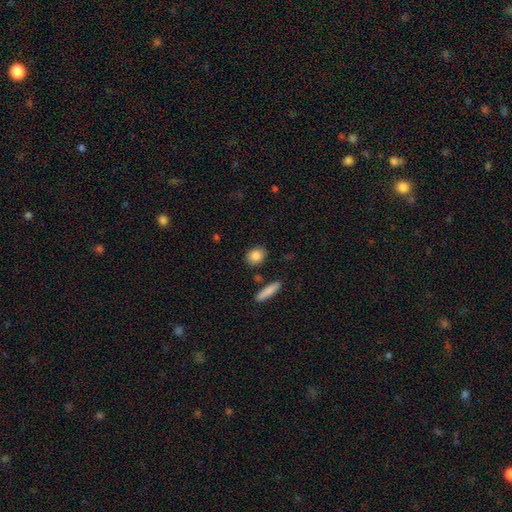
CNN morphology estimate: Smooth or featured? Predicted: smooth (p=0.86). How rounded? Predicted: in between (p=0.51). Merging? Predicted: none (p=0.85).